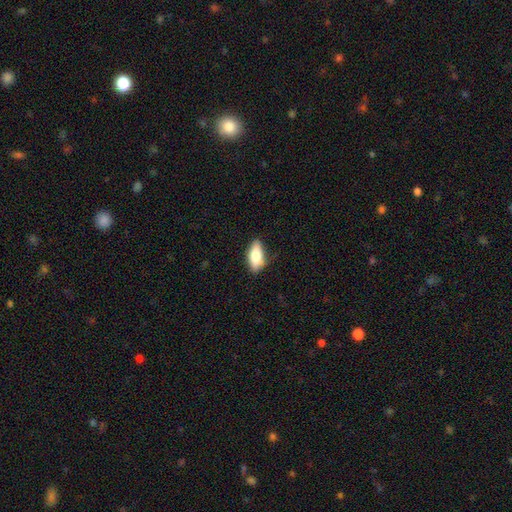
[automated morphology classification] A smooth galaxy with no disk features (76%) that is in between round and cigar-shaped (85%).

Vote fractions:
- Smooth or featured? smooth: 76% / featured or disk: 17% / star or artifact: 7%
- How rounded? in between: 85% / cigar-shaped: 12% / round: 3%
- Merging? none: 78% / minor disturbance: 18% / major disturbance: 3% / merger: 1%